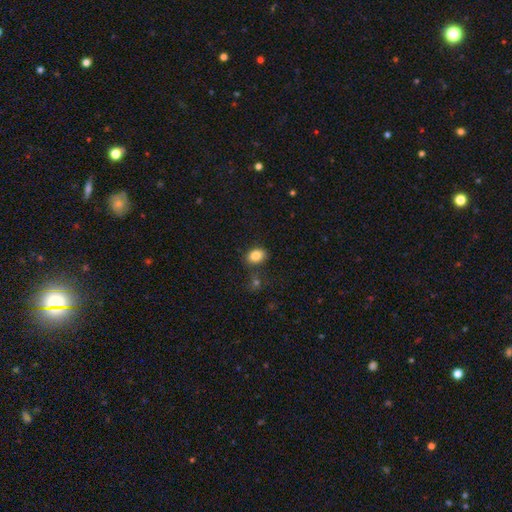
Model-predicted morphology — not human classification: Smooth or featured?
  - smooth: 83% *
  - star or artifact: 9%
  - featured or disk: 8%
How rounded?
  - in between: 77% *
  - round: 22%
  - cigar-shaped: 1%
Merging?
  - none: 80% *
  - minor disturbance: 12%
  - merger: 6%
  - major disturbance: 3%